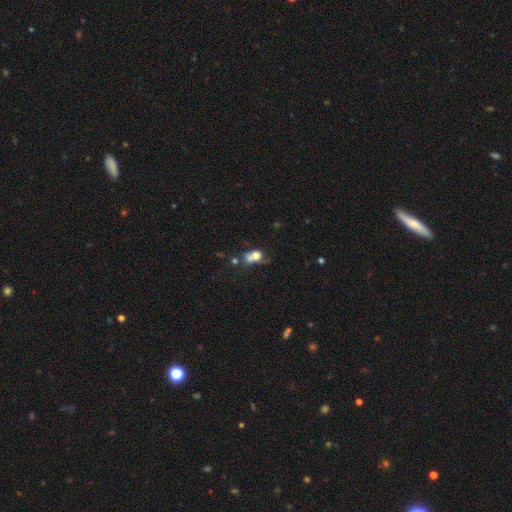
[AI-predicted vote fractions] Smooth or featured?
  - smooth: 66% *
  - featured or disk: 20%
  - star or artifact: 14%
How rounded?
  - round: 66% *
  - in between: 32%
  - cigar-shaped: 2%
Merging?
  - merger: 53% *
  - none: 25%
  - minor disturbance: 11%
  - major disturbance: 11%